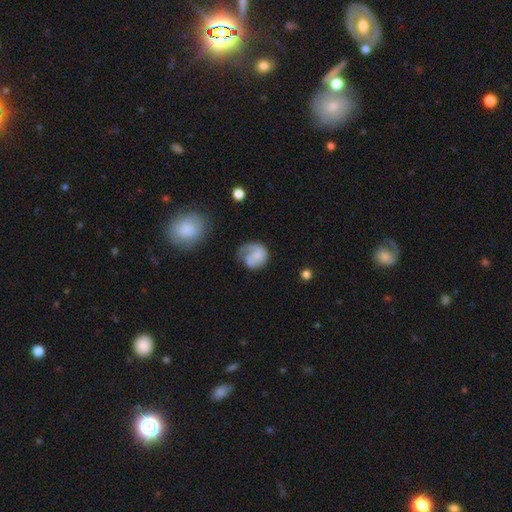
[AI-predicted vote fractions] A featured or disk galaxy (50%). Merging: none (47%).